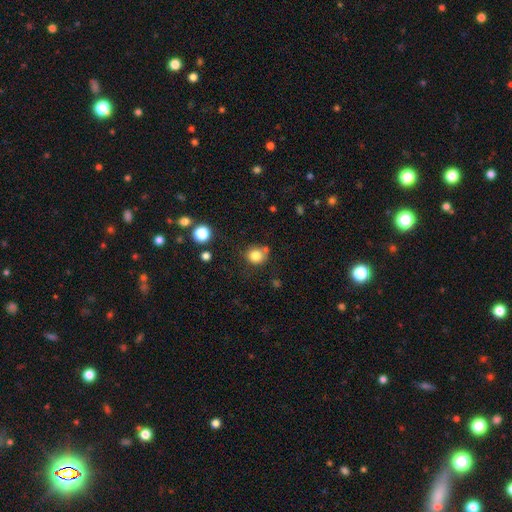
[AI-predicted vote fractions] smooth-or-featured: smooth: 82% | star or artifact: 12% | featured or disk: 6%
  how-rounded: round: 86% | in between: 14% | cigar-shaped: 1%
  merging: none: 73% | minor disturbance: 14% | merger: 9% | major disturbance: 4%